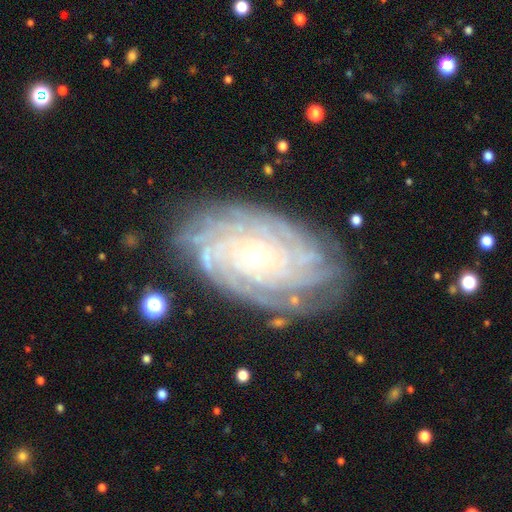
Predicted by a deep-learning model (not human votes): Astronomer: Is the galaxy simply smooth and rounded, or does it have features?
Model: featured or disk — 88%.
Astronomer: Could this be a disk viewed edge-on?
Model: no — 96%.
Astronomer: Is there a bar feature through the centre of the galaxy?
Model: no — 78%.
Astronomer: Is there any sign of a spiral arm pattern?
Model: yes — 98%.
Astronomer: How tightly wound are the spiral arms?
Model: tight — 85%.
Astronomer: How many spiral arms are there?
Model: more than 4 — 36% (runner-up: can't tell, 23%).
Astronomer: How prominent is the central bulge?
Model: small — 71%.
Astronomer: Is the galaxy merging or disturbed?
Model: none — 80%.